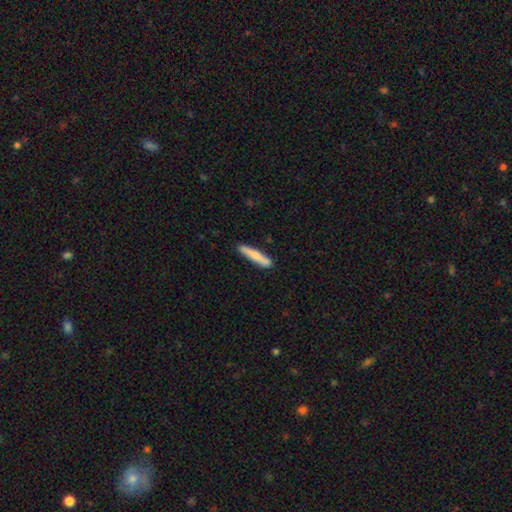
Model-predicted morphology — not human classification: The model was most divided on "smooth or featured": smooth: 70%, featured or disk: 25%, star or artifact: 5%. More confident: how rounded — cigar-shaped (91%); merging — none (86%).